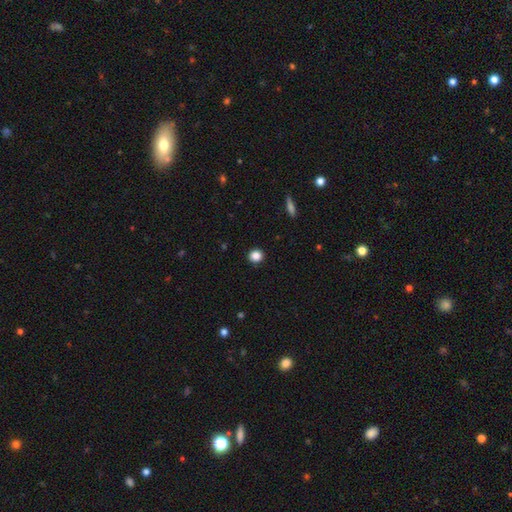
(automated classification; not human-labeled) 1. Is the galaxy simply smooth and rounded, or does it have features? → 86% smooth, 11% star or artifact, 3% featured or disk.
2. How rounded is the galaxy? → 91% round, 8% in between, 1% cigar-shaped.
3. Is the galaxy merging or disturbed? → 92% none, 5% minor disturbance, 2% major disturbance, 1% merger.